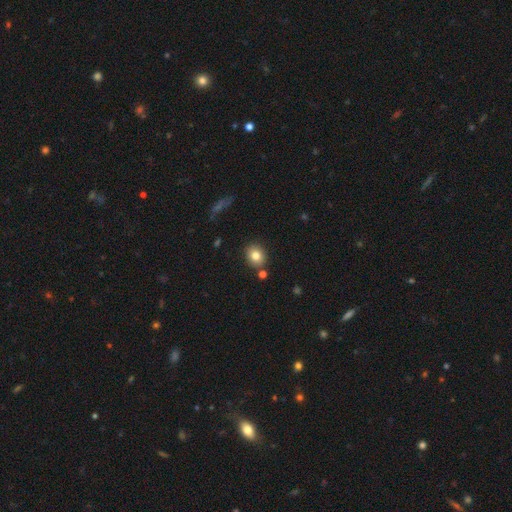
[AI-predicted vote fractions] A smooth galaxy with no disk features (80%) that is round (61%). Merging: none (82%).